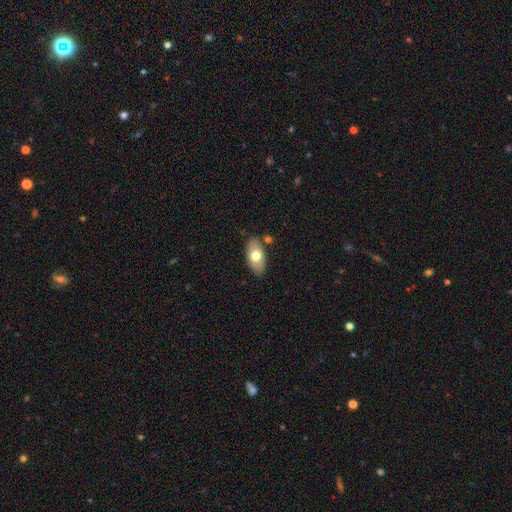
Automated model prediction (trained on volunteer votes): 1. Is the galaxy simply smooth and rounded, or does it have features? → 69% smooth, 25% featured or disk, 6% star or artifact.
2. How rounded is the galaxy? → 92% in between, 4% round, 3% cigar-shaped.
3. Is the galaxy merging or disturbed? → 81% none, 12% minor disturbance, 5% merger, 3% major disturbance.